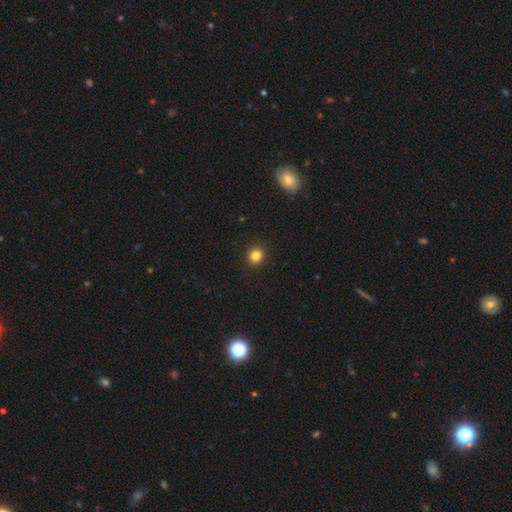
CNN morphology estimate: type=smooth (83%); roundness=round (90%); merging=none (92%).